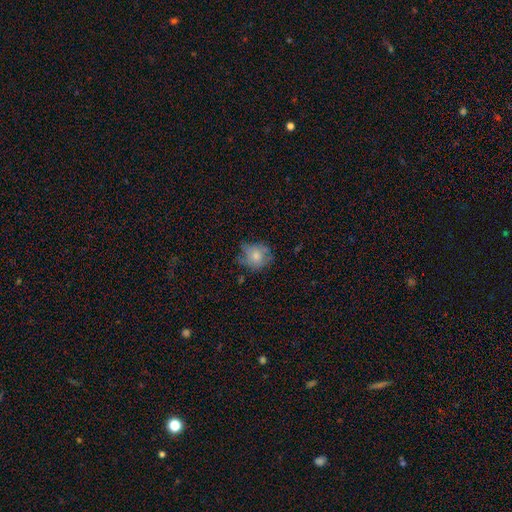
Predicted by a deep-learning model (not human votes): Q: Smooth or featured?
A: smooth (72%); runner-up: featured or disk (19%)
Q: How rounded?
A: round (74%); runner-up: in between (25%)
Q: Merging?
A: none (58%); runner-up: minor disturbance (30%)